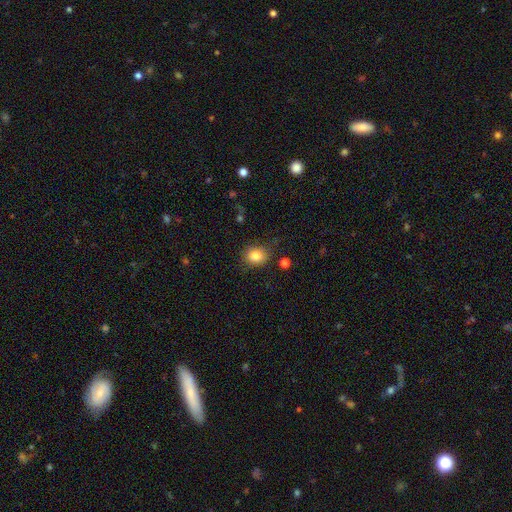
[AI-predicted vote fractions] Q: Smooth or featured?
A: smooth (83%); runner-up: star or artifact (10%)
Q: How rounded?
A: round (59%); runner-up: in between (41%)
Q: Merging?
A: none (81%); runner-up: minor disturbance (14%)